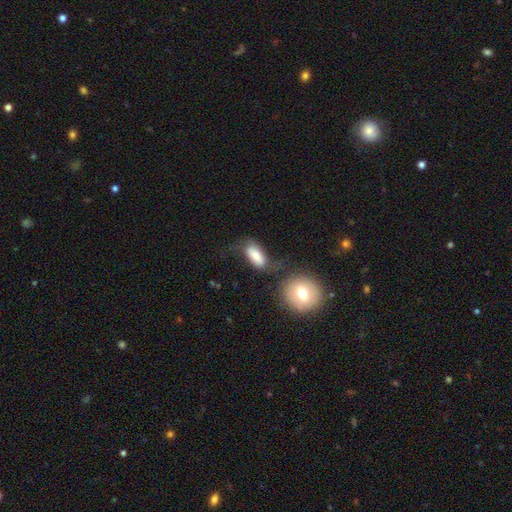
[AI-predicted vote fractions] A smooth galaxy with no disk features (69%) that is in between round and cigar-shaped (86%).

Vote fractions:
- Smooth or featured? smooth: 69% / featured or disk: 23% / star or artifact: 8%
- How rounded? in between: 86% / cigar-shaped: 9% / round: 5%
- Merging? none: 40% / minor disturbance: 24% / major disturbance: 21% / merger: 15%